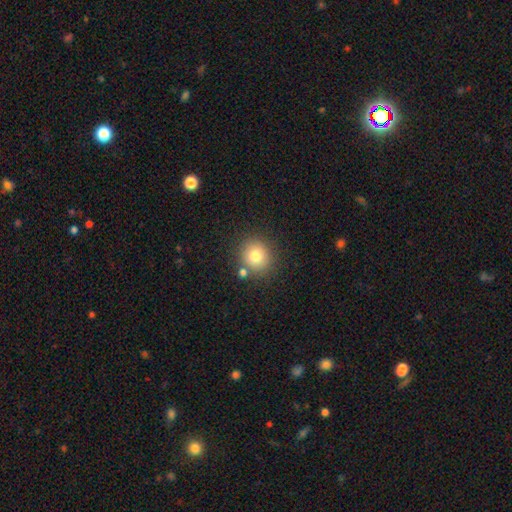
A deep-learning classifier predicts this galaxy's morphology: The model was most divided on "smooth or featured": smooth: 79%, star or artifact: 12%, featured or disk: 9%. More confident: how rounded — round (88%); merging — none (79%).